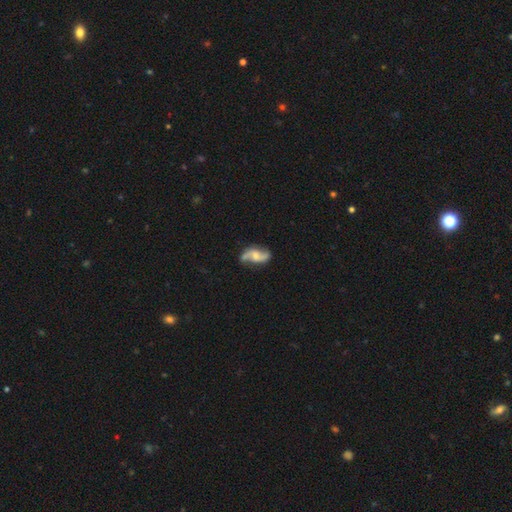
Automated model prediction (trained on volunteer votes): Morphology: type=featured or disk (82%); edge-on=no (97%); bar=no (50%); spiral arms=yes (96%); winding=loose (70%); arm count=2 (92%); bulge=moderate (41%); merging=none (74%).